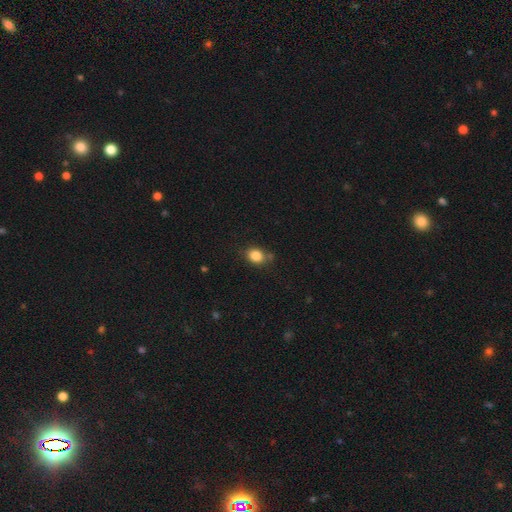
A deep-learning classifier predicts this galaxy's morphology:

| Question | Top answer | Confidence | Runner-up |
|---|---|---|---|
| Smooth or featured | smooth | 84% | star or artifact (10%) |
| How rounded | in between | 51% | round (48%) |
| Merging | none | 74% | minor disturbance (17%) |